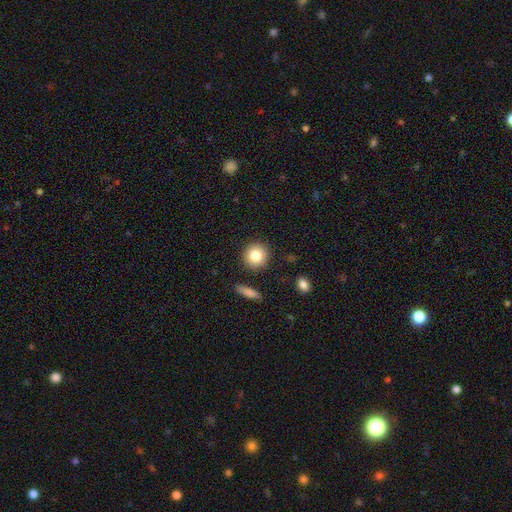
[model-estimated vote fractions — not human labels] This appears to be a smooth galaxy with no disk features (82%) that is round (92%). Merging: none (89%).